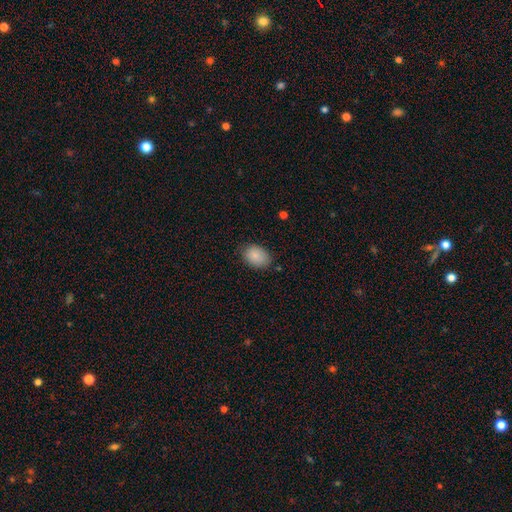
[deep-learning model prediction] Q: Smooth or featured?
A: smooth (87%); runner-up: star or artifact (7%)
Q: How rounded?
A: in between (79%); runner-up: round (20%)
Q: Merging?
A: none (80%); runner-up: minor disturbance (16%)